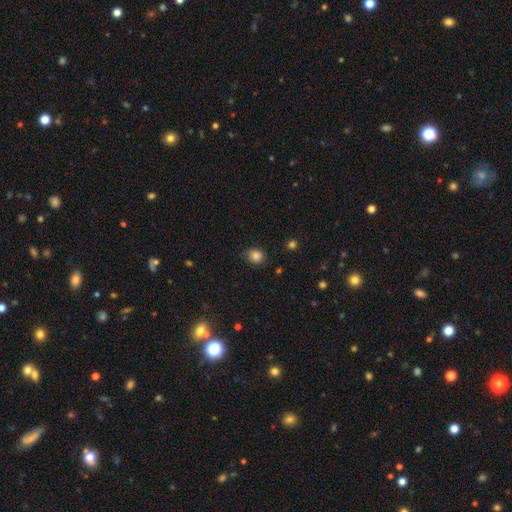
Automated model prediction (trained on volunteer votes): Smooth or featured?
  - smooth: 83% *
  - star or artifact: 11%
  - featured or disk: 6%
How rounded?
  - round: 70% *
  - in between: 29%
  - cigar-shaped: 1%
Merging?
  - none: 75% *
  - minor disturbance: 20%
  - major disturbance: 4%
  - merger: 1%